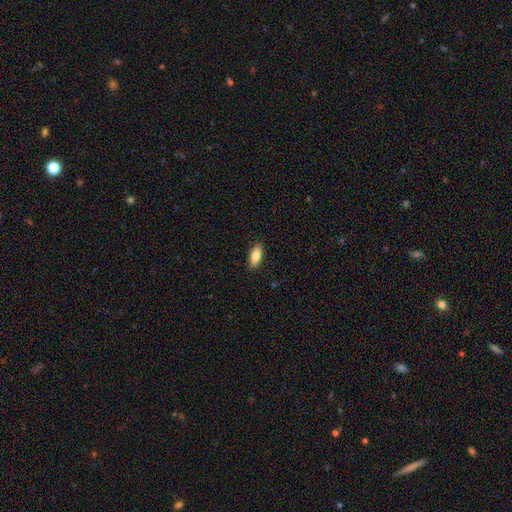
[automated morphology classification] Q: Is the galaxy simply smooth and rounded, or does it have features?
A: smooth — 84%.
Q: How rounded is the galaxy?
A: in between — 78%.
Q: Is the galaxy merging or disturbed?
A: none — 89%.